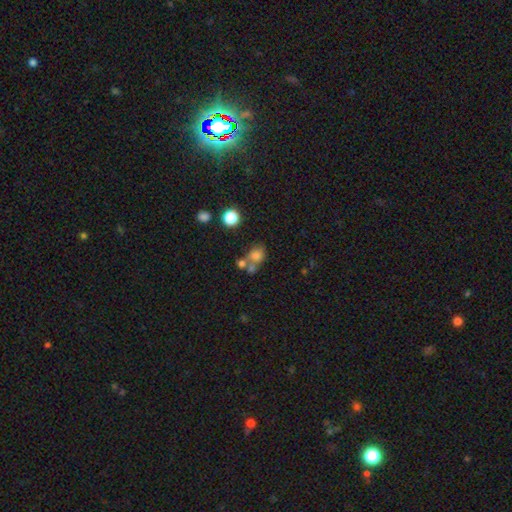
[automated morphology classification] This appears to be a smooth galaxy with no disk features (71%) that is round (58%). Merging: merger (42%).